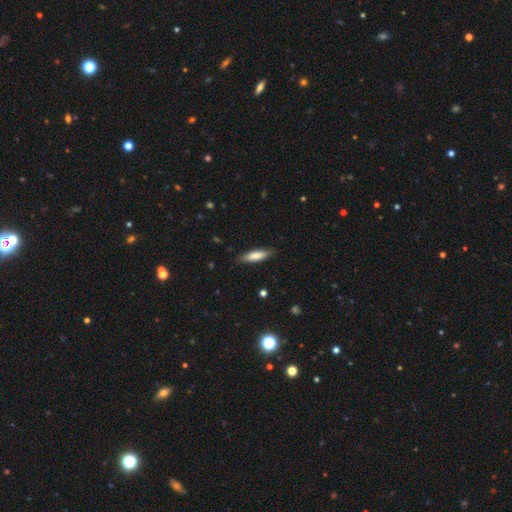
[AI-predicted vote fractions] A smooth galaxy with no disk features (74%) that is cigar-shaped (66%). Merging: none (84%).